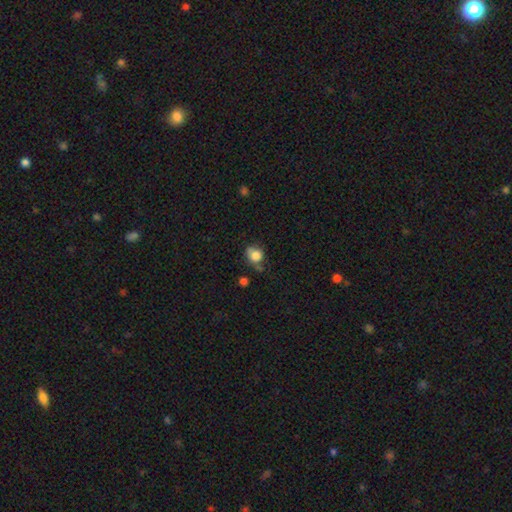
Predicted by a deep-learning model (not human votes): smooth 79%, featured or disk 11%, star or artifact 10%. Down the decision tree: how rounded — round (67%); merging — none (48%).